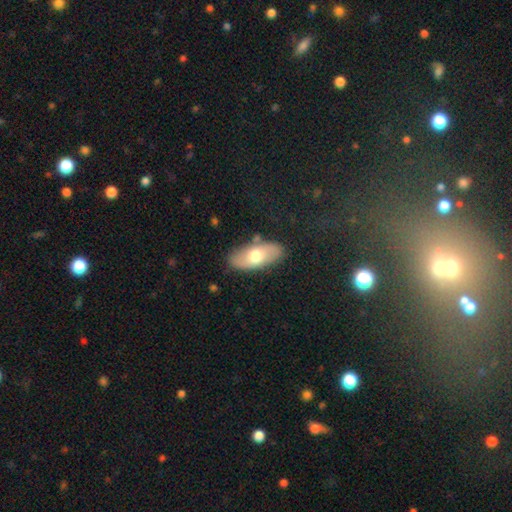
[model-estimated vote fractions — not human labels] The model was most divided on "smooth or featured": smooth: 62%, featured or disk: 32%, star or artifact: 6%. More confident: how rounded — in between (90%); merging — none (82%).